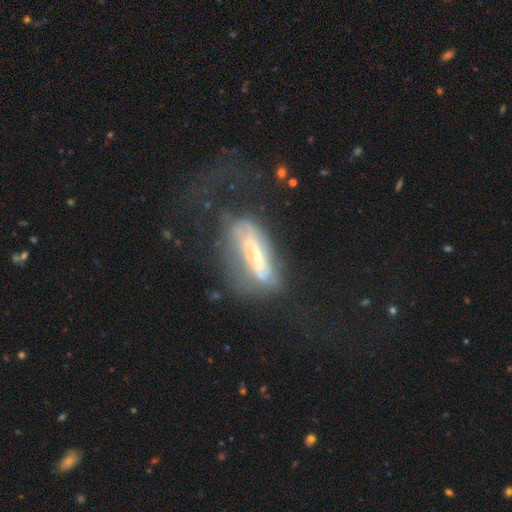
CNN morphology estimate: The model was most divided on "merging": major disturbance: 43%, none: 31%, minor disturbance: 21%, merger: 6%. More confident: edge-on disk — no (73%); smooth or featured — featured or disk (62%).